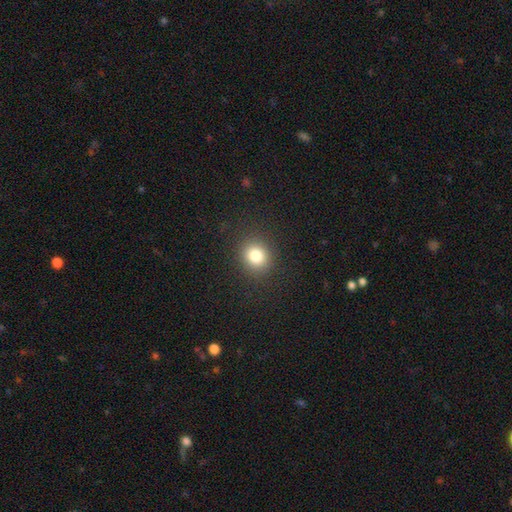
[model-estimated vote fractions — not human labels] A smooth galaxy with no disk features (81%) that is round (80%).

Vote fractions:
- Smooth or featured? smooth: 81% / star or artifact: 12% / featured or disk: 7%
- How rounded? round: 80% / in between: 19% / cigar-shaped: 1%
- Merging? none: 89% / minor disturbance: 7% / major disturbance: 3% / merger: 1%